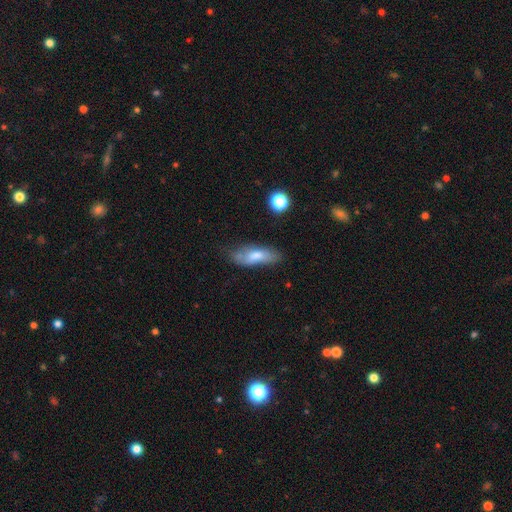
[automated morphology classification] Smooth or featured? smooth (65%)
How rounded? in between (68%)
Merging? none (51%)